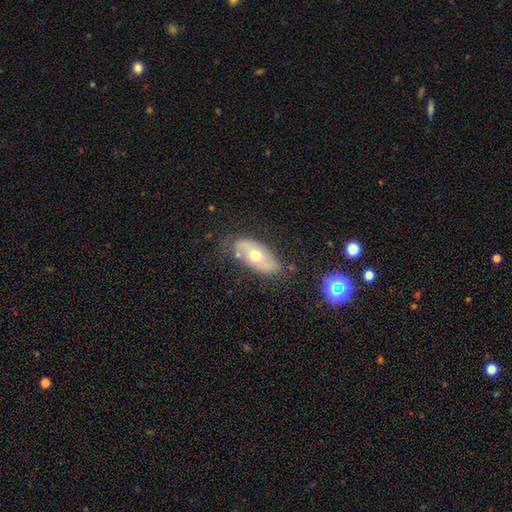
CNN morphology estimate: Smooth or featured: featured or disk — 50% (smooth — 41%)
Edge-on disk: no — 85% (yes — 15%)
Merging: none — 70% (minor disturbance — 20%)